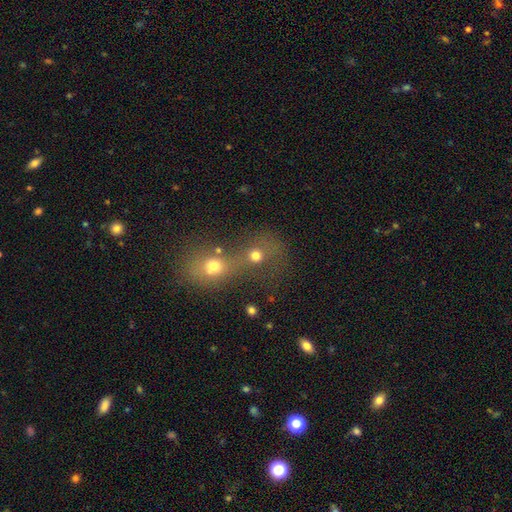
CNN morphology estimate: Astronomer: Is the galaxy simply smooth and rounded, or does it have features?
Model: smooth — 69%.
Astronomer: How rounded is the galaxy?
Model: round — 79%.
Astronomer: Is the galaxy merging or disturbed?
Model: merger — 62%.